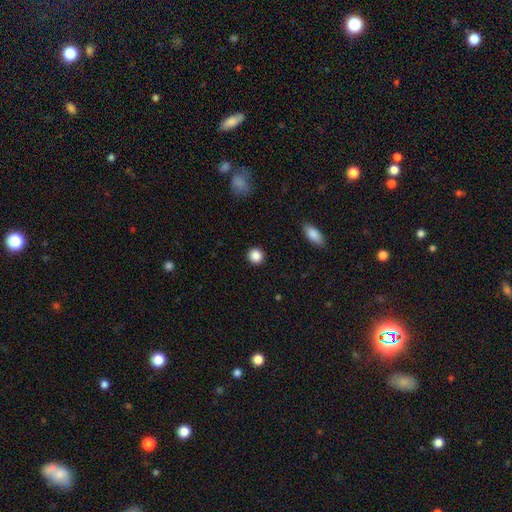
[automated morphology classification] Smooth or featured: smooth — 87% (star or artifact — 10%)
How rounded: round — 93% (in between — 6%)
Merging: none — 92% (minor disturbance — 5%)